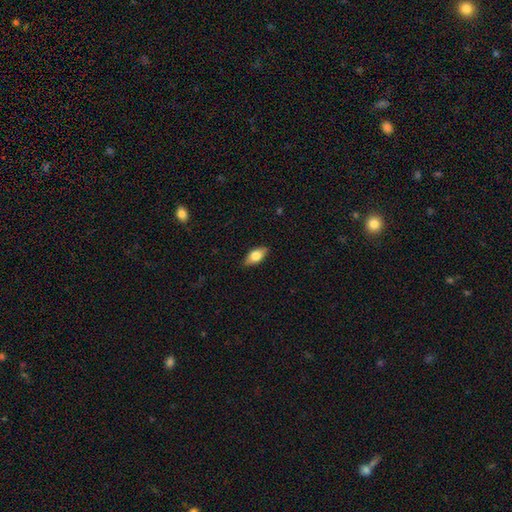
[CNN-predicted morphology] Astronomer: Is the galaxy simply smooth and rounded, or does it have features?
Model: smooth — 70%.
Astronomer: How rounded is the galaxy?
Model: in between — 86%.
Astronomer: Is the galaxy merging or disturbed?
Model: none — 86%.